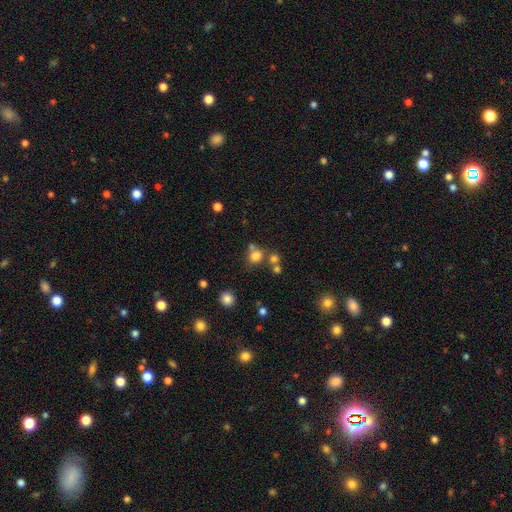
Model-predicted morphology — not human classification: Smooth or featured? Predicted: smooth (p=0.76). How rounded? Predicted: round (p=0.71). Merging? Predicted: none (p=0.56).